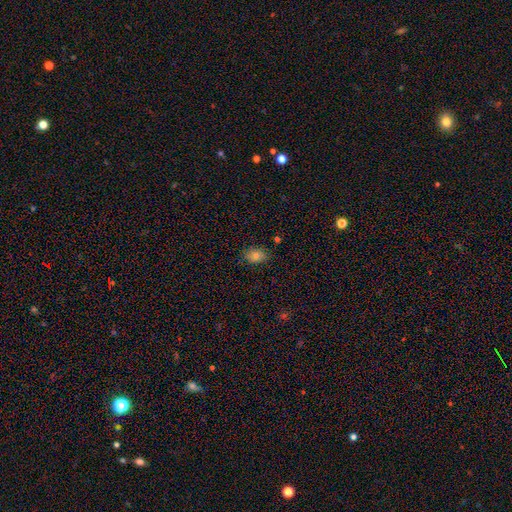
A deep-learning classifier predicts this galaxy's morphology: type=smooth (77%); roundness=in between (80%); merging=none (81%).